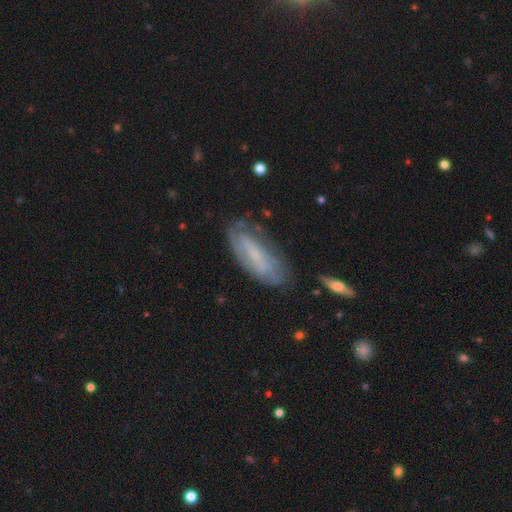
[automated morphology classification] The model was most divided on "smooth or featured": featured or disk: 53%, smooth: 38%, star or artifact: 9%. More confident: edge-on disk — no (80%); merging — none (67%).